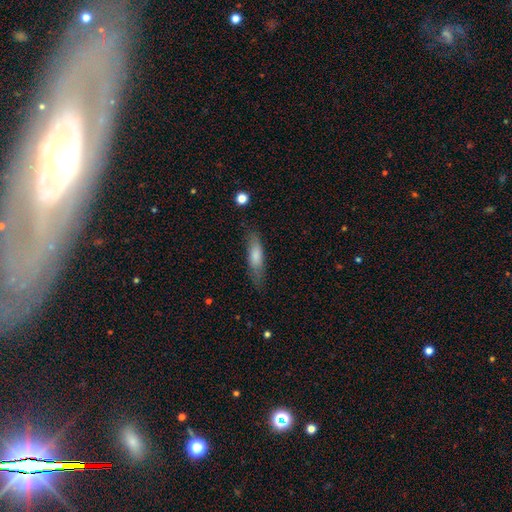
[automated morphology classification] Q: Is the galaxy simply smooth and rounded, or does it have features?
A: smooth — 74%.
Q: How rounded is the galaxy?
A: cigar-shaped — 59%.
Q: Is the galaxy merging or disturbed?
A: none — 73%.